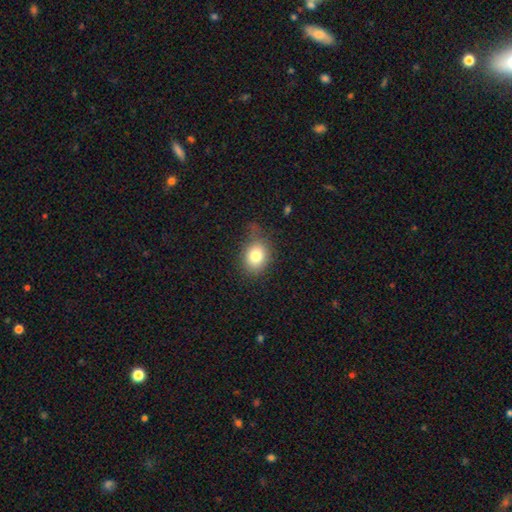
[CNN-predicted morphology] Overall: smooth (80%). How rounded: in between (50%; round 49%). Merging: none (66%).